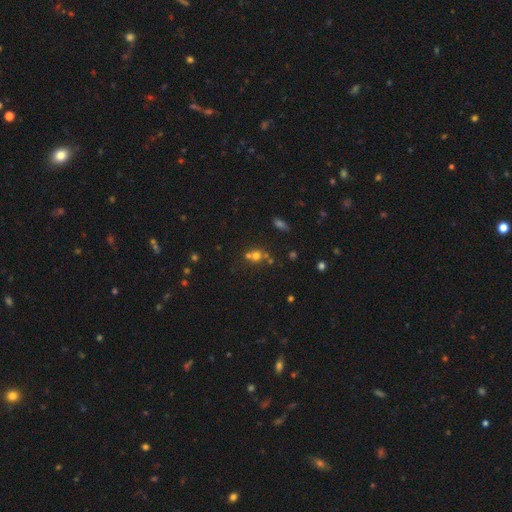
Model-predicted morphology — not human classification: Smooth or featured: smooth — 59% (star or artifact — 24%)
How rounded: round — 81% (in between — 18%)
Merging: none — 44% (merger — 43%)